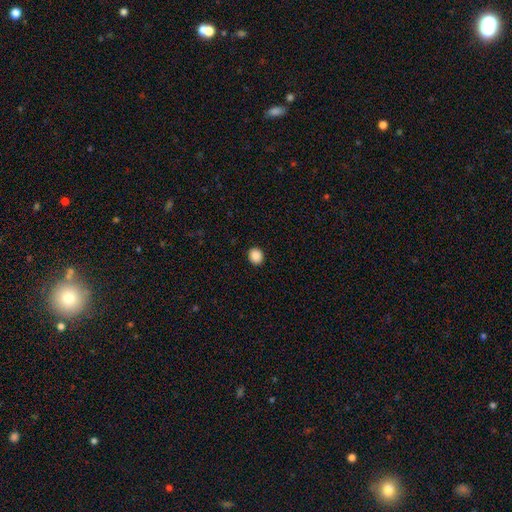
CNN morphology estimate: The model was most divided on "how rounded": round: 79%, in between: 20%, cigar-shaped: 1%. More confident: merging — none (92%); smooth or featured — smooth (89%).